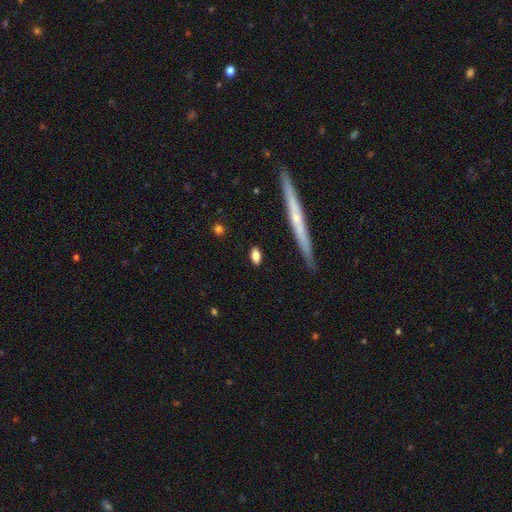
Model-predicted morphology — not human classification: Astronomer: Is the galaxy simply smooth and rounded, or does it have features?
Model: smooth — 80%.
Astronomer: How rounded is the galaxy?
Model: in between — 79%.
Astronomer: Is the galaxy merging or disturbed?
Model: none — 85%.